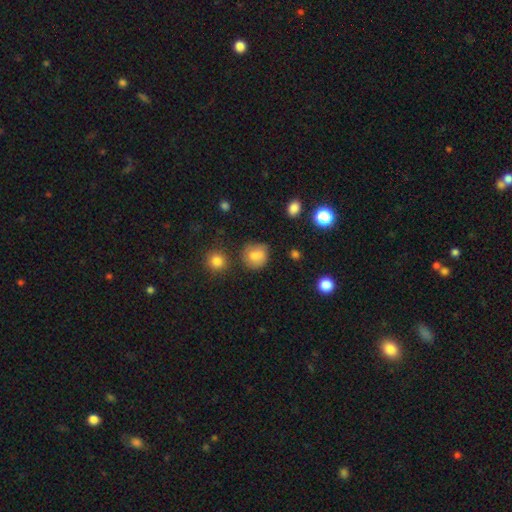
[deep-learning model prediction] Overall: smooth (77%). How rounded: round (82%). Merging: none (68%).